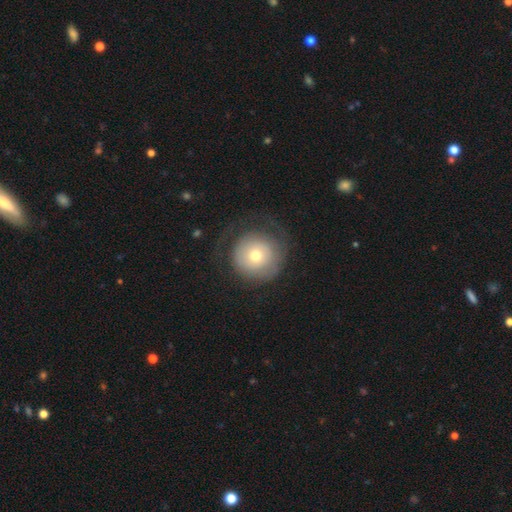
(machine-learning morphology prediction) type=smooth (56%); roundness=round (94%); merging=none (63%).